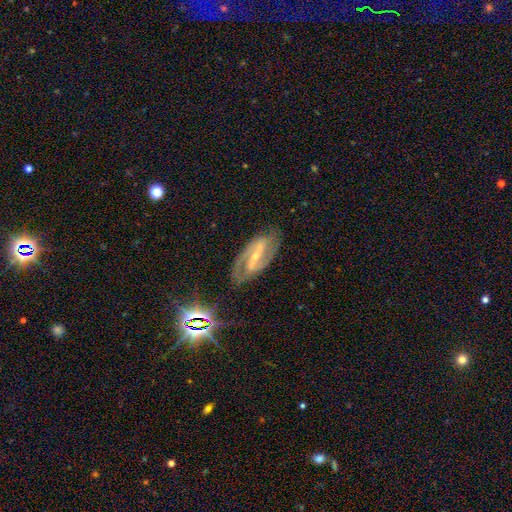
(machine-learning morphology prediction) This is clearly a featured or disk galaxy (89%). It is clearly not viewed edge-on (95%). Bar: likely strong (62%). Spiral arm pattern: clearly yes (97%). Spiral arm count: clearly 2 (92%). Spiral winding: possibly medium (54%). Central bulge: likely small (71%). Merging: clearly none (81%).